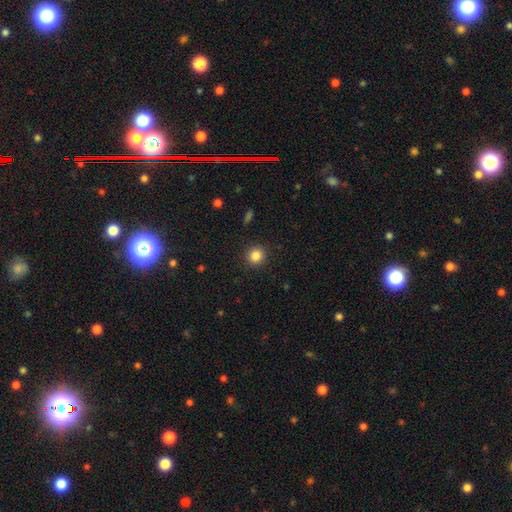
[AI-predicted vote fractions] Overall: smooth (85%). How rounded: round (90%). Merging: none (91%).